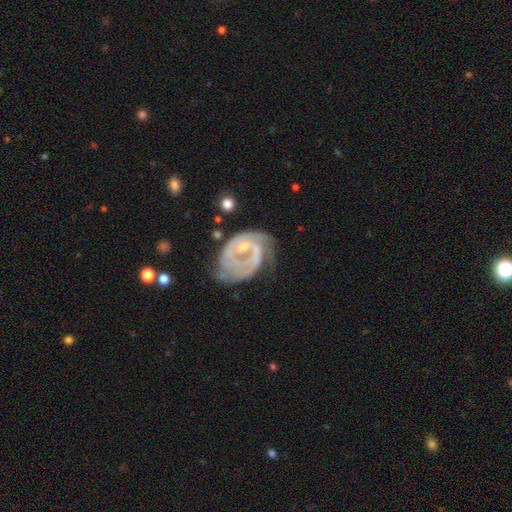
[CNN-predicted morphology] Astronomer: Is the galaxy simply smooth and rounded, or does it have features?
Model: featured or disk — 81%.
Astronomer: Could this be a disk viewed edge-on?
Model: no — 98%.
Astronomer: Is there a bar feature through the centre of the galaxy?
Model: no — 60%.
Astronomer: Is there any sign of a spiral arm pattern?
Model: yes — 80%.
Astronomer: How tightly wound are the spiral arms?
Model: tight — 44% (runner-up: medium, 35%).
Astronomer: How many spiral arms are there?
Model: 1 — 36% (runner-up: 2, 29%).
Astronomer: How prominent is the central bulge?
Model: small — 48% (runner-up: moderate, 26%).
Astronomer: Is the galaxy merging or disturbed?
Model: major disturbance — 42% (runner-up: none, 29%).